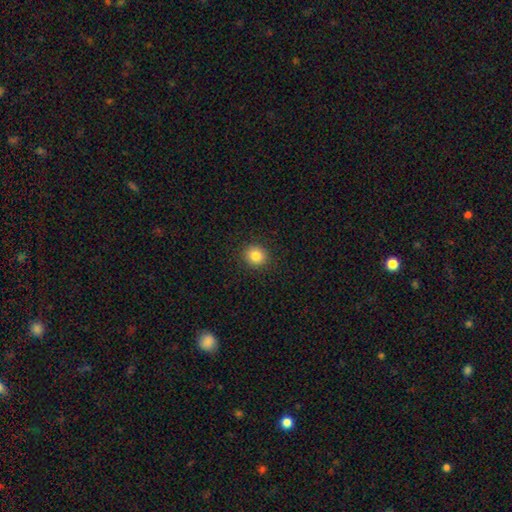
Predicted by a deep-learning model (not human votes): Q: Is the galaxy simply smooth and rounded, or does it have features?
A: smooth — 84%.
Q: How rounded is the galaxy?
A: round — 87%.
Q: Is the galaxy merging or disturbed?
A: none — 91%.